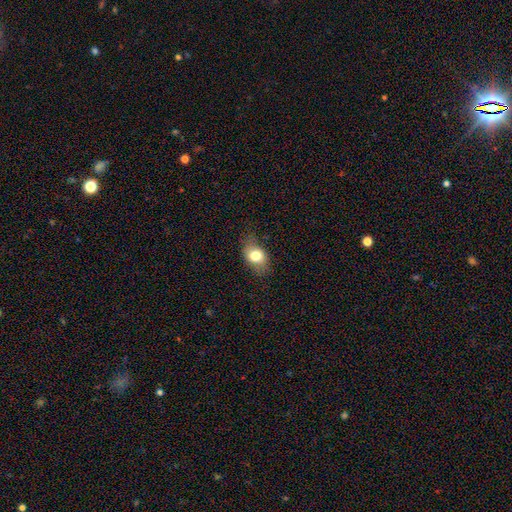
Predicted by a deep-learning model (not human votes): Smooth or featured: smooth — 76% (featured or disk — 15%)
How rounded: in between — 72% (round — 26%)
Merging: none — 68% (minor disturbance — 24%)